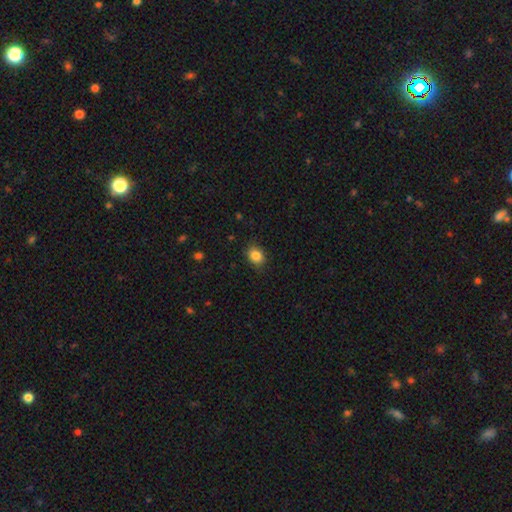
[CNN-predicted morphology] smooth-or-featured: smooth: 85% | star or artifact: 9% | featured or disk: 5%
  how-rounded: in between: 56% | round: 43% | cigar-shaped: 1%
  merging: none: 83% | minor disturbance: 13% | major disturbance: 3% | merger: 1%